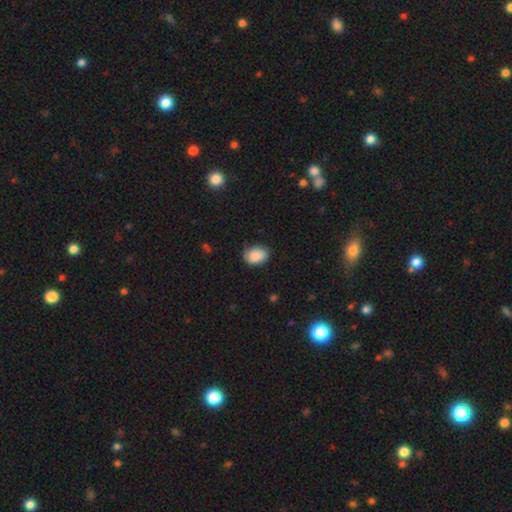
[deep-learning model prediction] Morphology: type=smooth (86%); roundness=in between (71%); merging=none (73%).